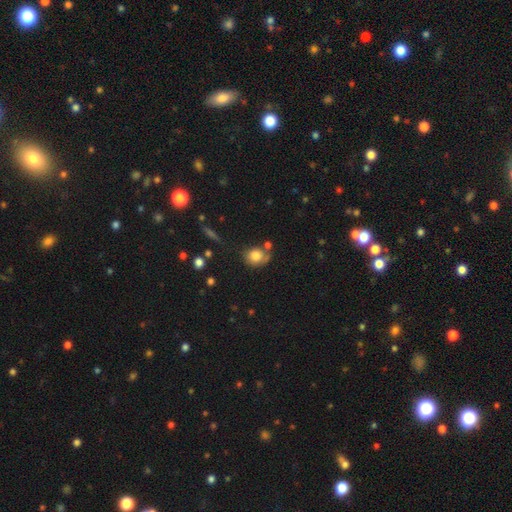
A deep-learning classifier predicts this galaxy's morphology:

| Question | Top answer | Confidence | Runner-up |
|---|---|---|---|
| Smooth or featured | smooth | 80% | featured or disk (10%) |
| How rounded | round | 72% | in between (26%) |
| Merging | none | 59% | minor disturbance (20%) |